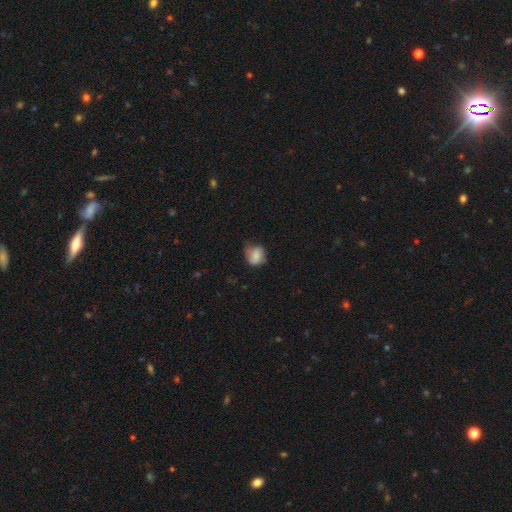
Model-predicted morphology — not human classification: The model was most divided on "merging": none: 45%, minor disturbance: 39%, major disturbance: 14%, merger: 2%. More confident: smooth or featured — smooth (76%); how rounded — round (56%).